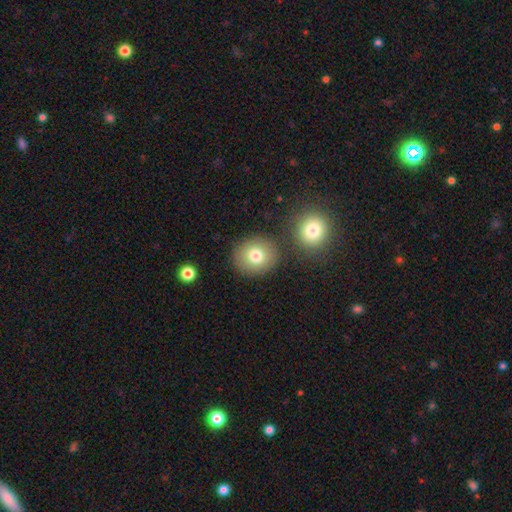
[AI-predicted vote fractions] A smooth galaxy with no disk features (79%) that is round (81%). Merging: none (79%).